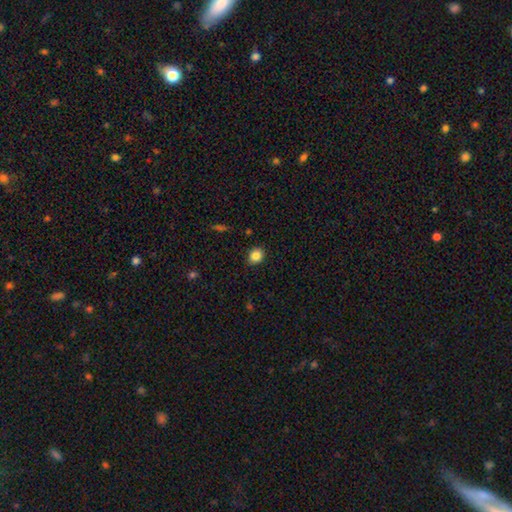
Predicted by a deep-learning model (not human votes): Smooth or featured?
  - smooth: 85% *
  - star or artifact: 10%
  - featured or disk: 5%
How rounded?
  - round: 66% *
  - in between: 33%
  - cigar-shaped: 1%
Merging?
  - none: 90% *
  - minor disturbance: 7%
  - major disturbance: 2%
  - merger: 1%